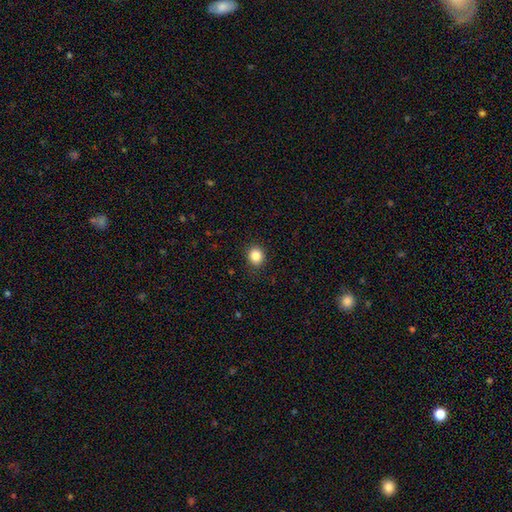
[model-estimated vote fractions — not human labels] Smooth or featured? smooth (85%)
How rounded? round (79%)
Merging? none (89%)